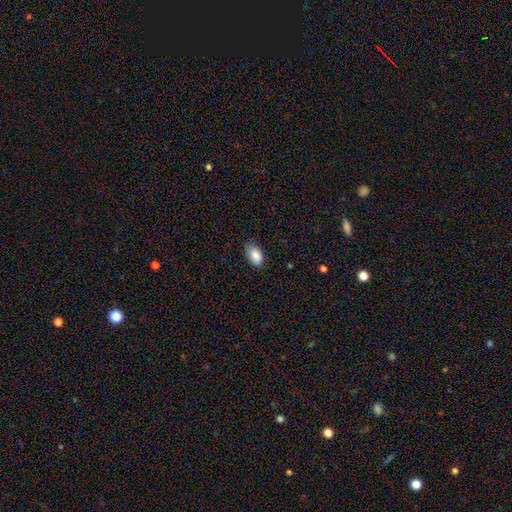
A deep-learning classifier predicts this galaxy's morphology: smooth 88%, star or artifact 7%, featured or disk 5%. Down the decision tree: how rounded — in between (93%); merging — none (78%).